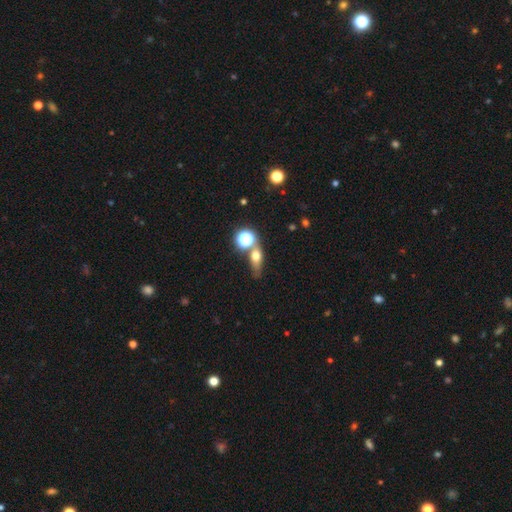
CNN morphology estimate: smooth-or-featured: smooth: 59% | featured or disk: 21% | star or artifact: 20%
  how-rounded: in between: 51% | round: 31% | cigar-shaped: 18%
  merging: none: 56% | merger: 23% | minor disturbance: 14% | major disturbance: 7%